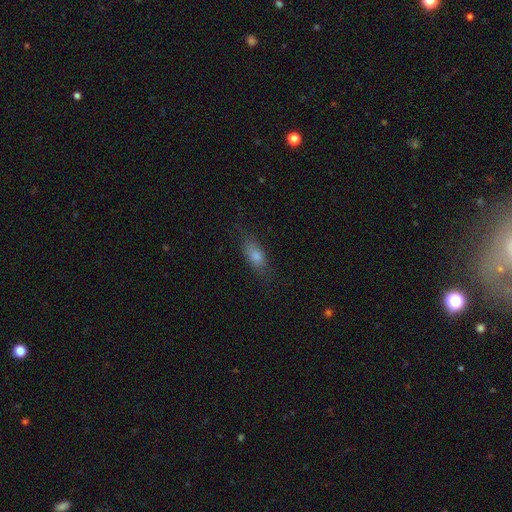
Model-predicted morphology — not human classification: This is likely a smooth galaxy (69%). How rounded: likely in between (61%). Merging: likely none (77%).